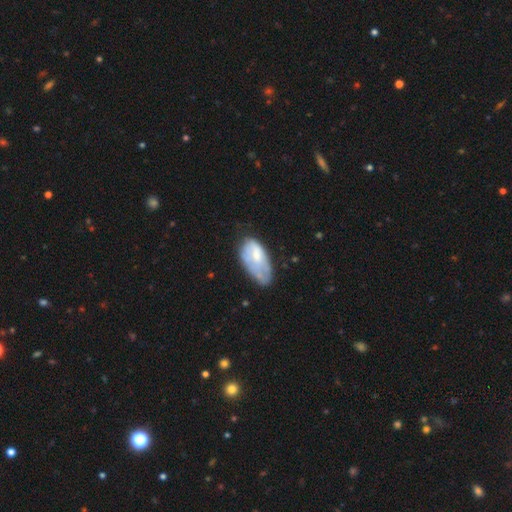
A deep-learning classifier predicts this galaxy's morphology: Smooth or featured?
  - smooth: 60% *
  - featured or disk: 33%
  - star or artifact: 7%
How rounded?
  - in between: 93% *
  - cigar-shaped: 5%
  - round: 3%
Merging?
  - minor disturbance: 39% *
  - none: 37%
  - major disturbance: 20%
  - merger: 4%